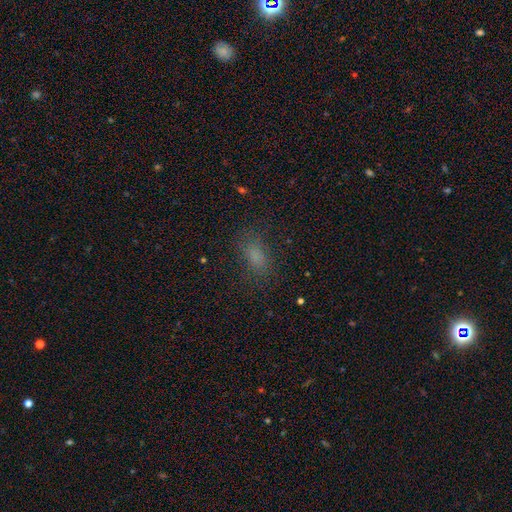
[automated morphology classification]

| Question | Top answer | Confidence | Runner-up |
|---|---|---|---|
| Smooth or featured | smooth | 72% | star or artifact (18%) |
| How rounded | in between | 81% | cigar-shaped (10%) |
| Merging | none | 74% | minor disturbance (16%) |